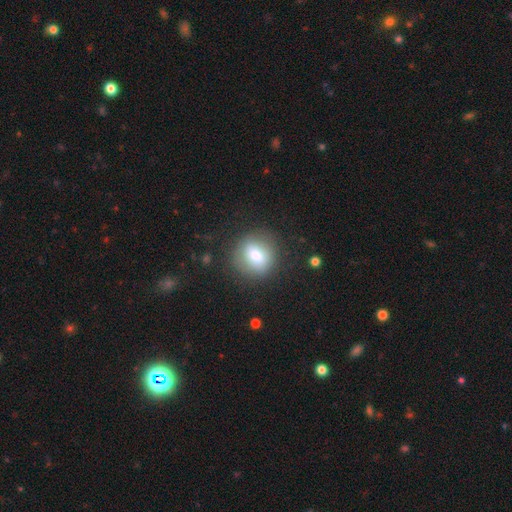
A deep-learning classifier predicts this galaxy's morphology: smooth_or_featured: smooth (p=0.73) [alt: featured or disk p=0.17]
how_rounded: round (p=0.81) [alt: in between p=0.18]
merging: none (p=0.82) [alt: minor disturbance p=0.12]